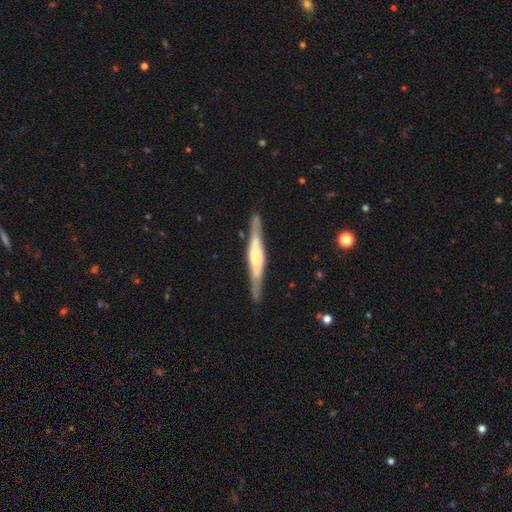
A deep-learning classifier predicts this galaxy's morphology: type=featured or disk (67%); edge-on=yes (95%); edge-on bulge=boxy (53%); merging=none (85%).